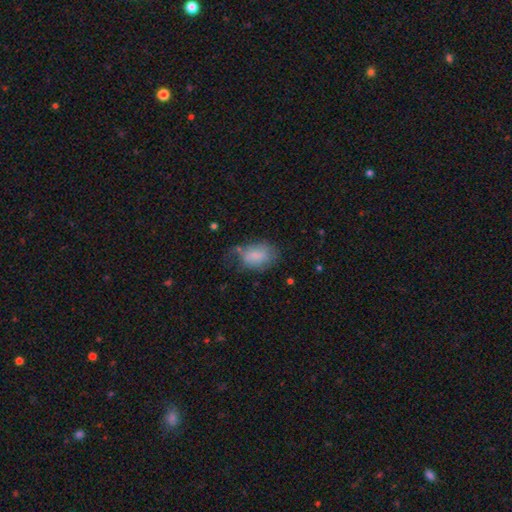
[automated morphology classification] Smooth or featured? Predicted: smooth (p=0.74). How rounded? Predicted: in between (p=0.86). Merging? Predicted: none (p=0.38).